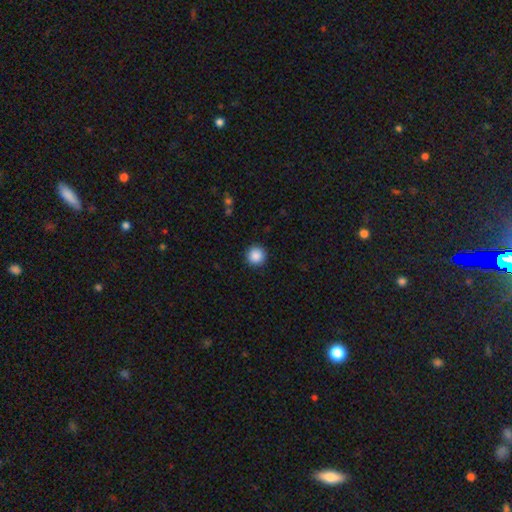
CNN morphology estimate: Smooth or featured?
  - smooth: 88% *
  - star or artifact: 9%
  - featured or disk: 3%
How rounded?
  - round: 96% *
  - in between: 3%
  - cigar-shaped: 1%
Merging?
  - none: 93% *
  - minor disturbance: 5%
  - major disturbance: 2%
  - merger: 1%